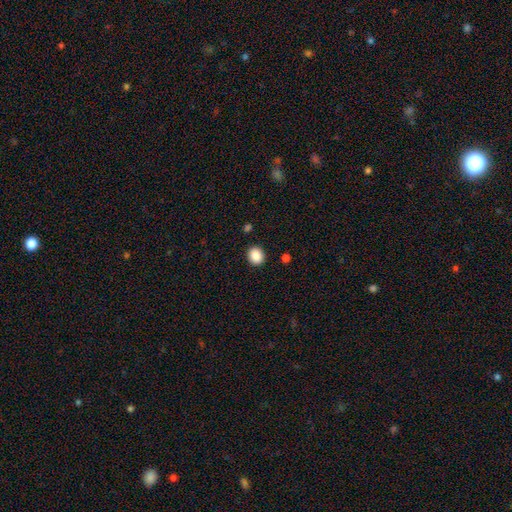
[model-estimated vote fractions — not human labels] This is clearly a smooth galaxy (88%). How rounded: likely round (68%). Merging: clearly none (90%).